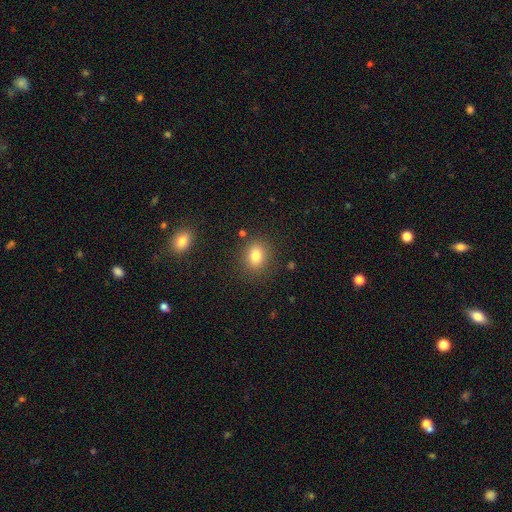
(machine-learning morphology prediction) Smooth or featured?
  - smooth: 81% *
  - star or artifact: 11%
  - featured or disk: 8%
How rounded?
  - in between: 51% *
  - round: 48%
  - cigar-shaped: 1%
Merging?
  - none: 84% *
  - minor disturbance: 10%
  - major disturbance: 3%
  - merger: 3%